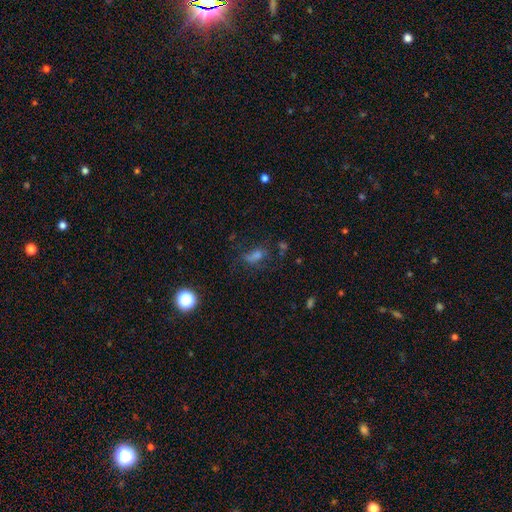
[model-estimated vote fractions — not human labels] Smooth or featured?
  - smooth: 42% *
  - star or artifact: 36%
  - featured or disk: 22%
Merging?
  - none: 56% *
  - minor disturbance: 20%
  - major disturbance: 17%
  - merger: 7%